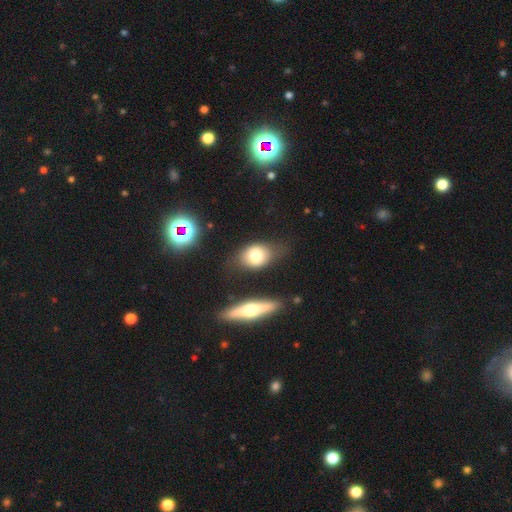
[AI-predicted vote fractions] This is likely a smooth galaxy (71%). How rounded: likely in between (67%). Merging: likely none (69%).